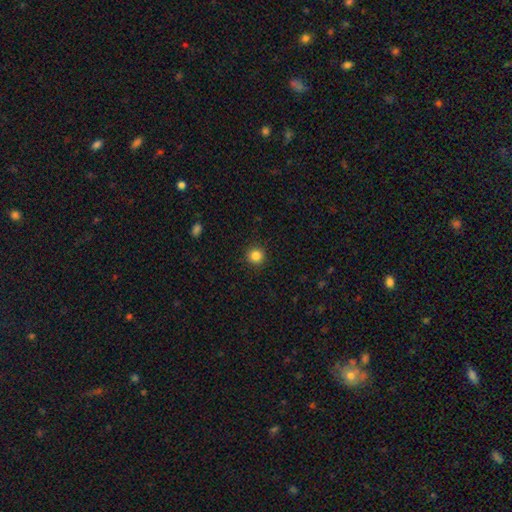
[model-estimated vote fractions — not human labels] Smooth or featured?
  - smooth: 85% *
  - star or artifact: 11%
  - featured or disk: 4%
How rounded?
  - round: 94% *
  - in between: 5%
  - cigar-shaped: 1%
Merging?
  - none: 92% *
  - minor disturbance: 5%
  - major disturbance: 2%
  - merger: 1%